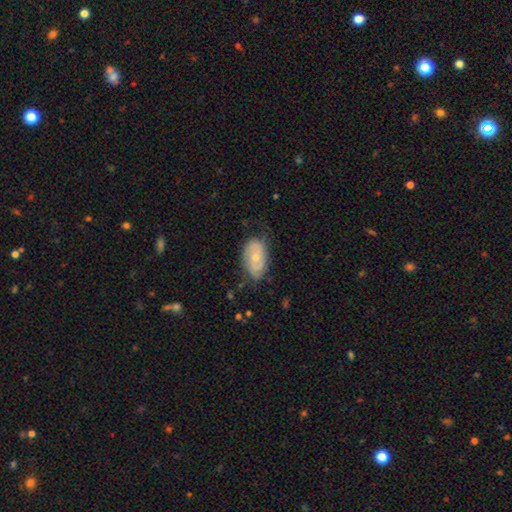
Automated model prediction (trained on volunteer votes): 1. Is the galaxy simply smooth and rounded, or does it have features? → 57% featured or disk, 37% smooth, 6% star or artifact.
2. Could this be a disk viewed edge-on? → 95% no, 5% yes.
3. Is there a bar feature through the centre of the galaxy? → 70% no, 25% weak, 4% strong.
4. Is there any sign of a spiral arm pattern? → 79% yes, 21% no.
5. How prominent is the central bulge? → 49% small, 46% moderate, 2% none, 2% large, 1% dominant.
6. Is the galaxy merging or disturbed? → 65% none, 26% minor disturbance, 7% major disturbance, 1% merger.